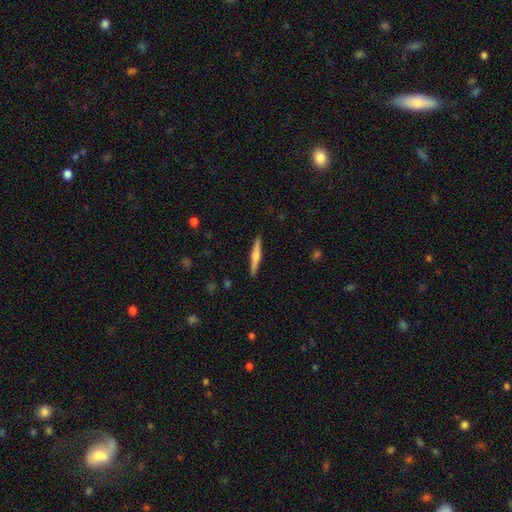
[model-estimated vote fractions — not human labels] This is possibly a featured or disk galaxy (48%). Merging: clearly none (91%).